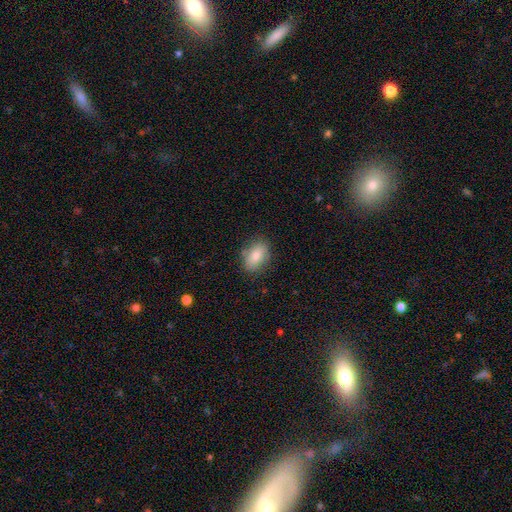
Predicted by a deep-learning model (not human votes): smooth-or-featured: smooth: 81% | featured or disk: 11% | star or artifact: 8%
  how-rounded: in between: 86% | round: 11% | cigar-shaped: 3%
  merging: none: 81% | minor disturbance: 14% | major disturbance: 3% | merger: 2%